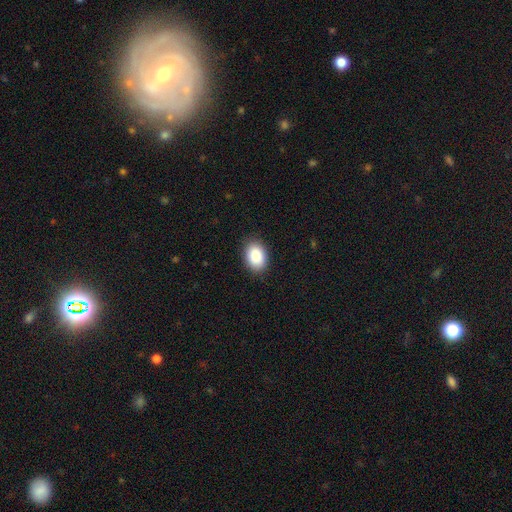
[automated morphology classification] smooth-or-featured: smooth: 88% | star or artifact: 7% | featured or disk: 5%
  how-rounded: in between: 81% | round: 18% | cigar-shaped: 1%
  merging: none: 88% | minor disturbance: 9% | major disturbance: 2% | merger: 1%